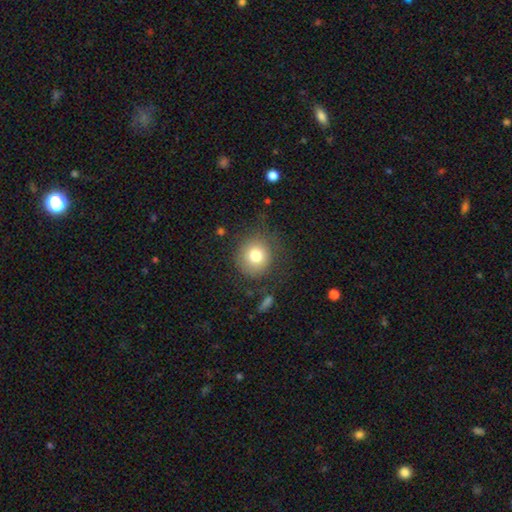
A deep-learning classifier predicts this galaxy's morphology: Q: Smooth or featured?
A: smooth (78%); runner-up: featured or disk (11%)
Q: How rounded?
A: round (90%); runner-up: in between (9%)
Q: Merging?
A: none (76%); runner-up: minor disturbance (14%)